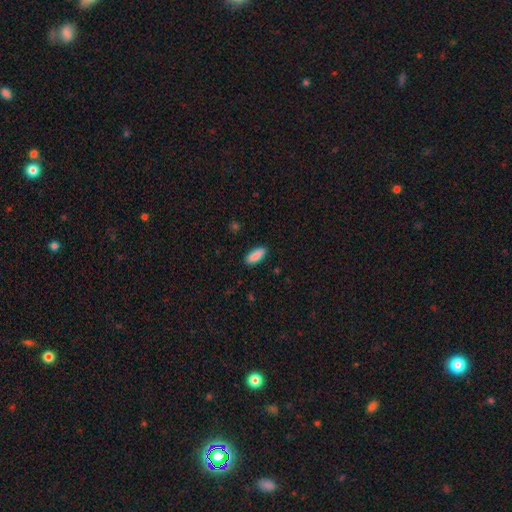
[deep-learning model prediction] Smooth or featured: smooth — 89% (star or artifact — 6%)
How rounded: in between — 71% (cigar-shaped — 27%)
Merging: none — 88% (minor disturbance — 9%)